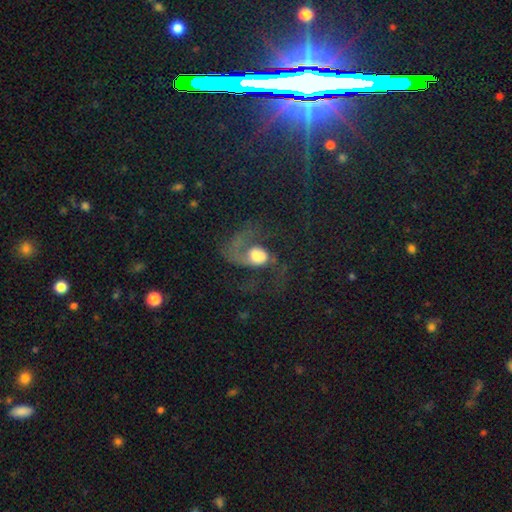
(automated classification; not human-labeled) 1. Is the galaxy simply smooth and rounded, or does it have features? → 64% featured or disk, 26% smooth, 10% star or artifact.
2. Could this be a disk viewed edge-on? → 97% no, 3% yes.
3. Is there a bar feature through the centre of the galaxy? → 72% no, 23% weak, 6% strong.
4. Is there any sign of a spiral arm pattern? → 81% yes, 19% no.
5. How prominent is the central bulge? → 41% large, 35% moderate, 11% dominant, 10% small, 4% none.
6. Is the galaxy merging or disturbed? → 54% major disturbance, 27% none, 14% minor disturbance, 5% merger.